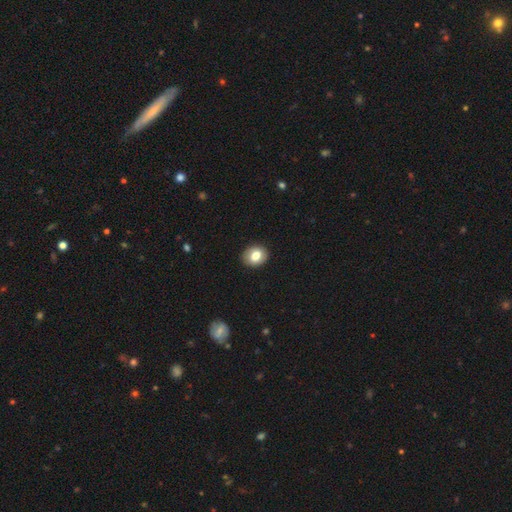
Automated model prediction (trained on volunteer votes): smooth_or_featured: smooth (p=0.79) [alt: featured or disk p=0.13]
how_rounded: round (p=0.55) [alt: in between p=0.45]
merging: none (p=0.90) [alt: minor disturbance p=0.07]